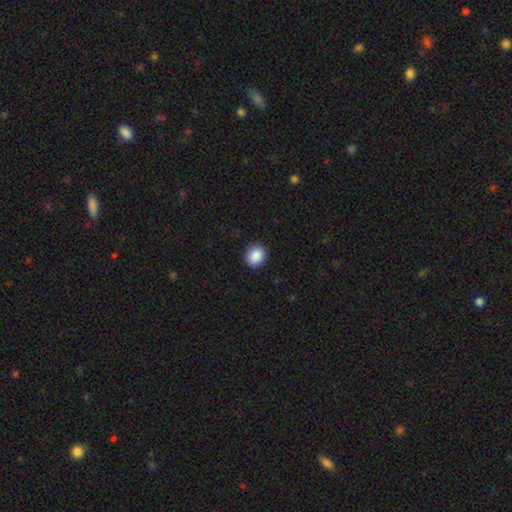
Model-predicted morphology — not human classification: The model was most divided on "how rounded": round: 74%, in between: 25%, cigar-shaped: 1%. More confident: merging — none (91%); smooth or featured — smooth (89%).